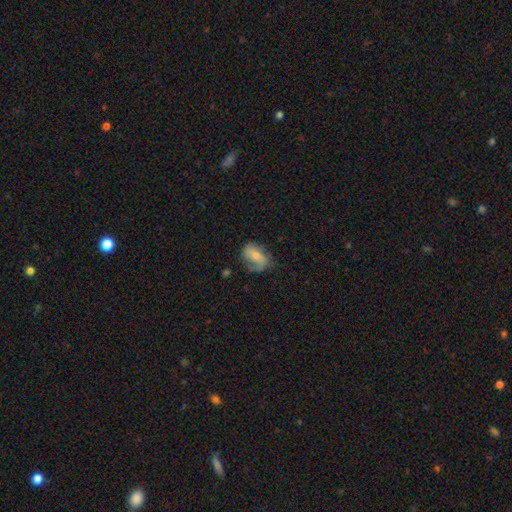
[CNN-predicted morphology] type=smooth (49%); merging=none (53%).